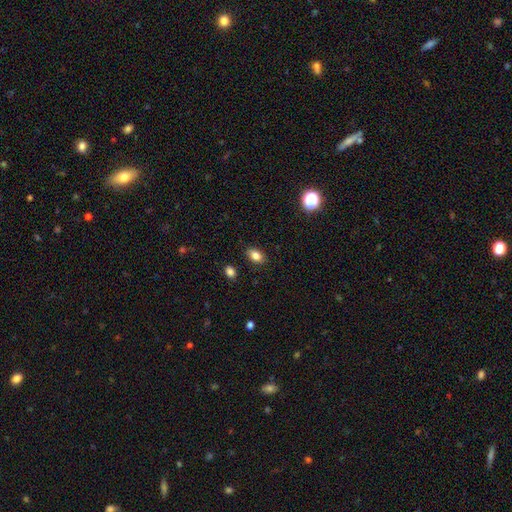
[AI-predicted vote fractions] smooth_or_featured: smooth (p=0.82) [alt: star or artifact p=0.10]
how_rounded: in between (p=0.84) [alt: round p=0.15]
merging: none (p=0.87) [alt: minor disturbance p=0.10]